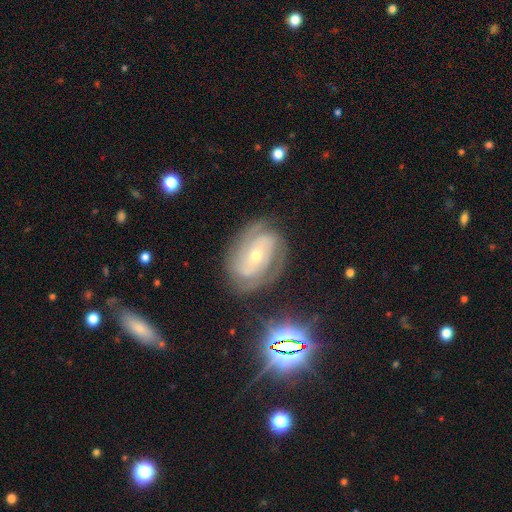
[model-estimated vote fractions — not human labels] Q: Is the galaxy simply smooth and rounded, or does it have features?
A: featured or disk — 85%.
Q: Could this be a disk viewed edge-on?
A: no — 97%.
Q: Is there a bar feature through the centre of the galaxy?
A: no — 47%.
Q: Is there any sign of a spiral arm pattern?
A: yes — 95%.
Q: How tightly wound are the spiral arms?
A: tight — 60%.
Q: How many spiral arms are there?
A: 2 — 52%.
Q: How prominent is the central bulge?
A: small — 57%.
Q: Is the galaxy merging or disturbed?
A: none — 75%.